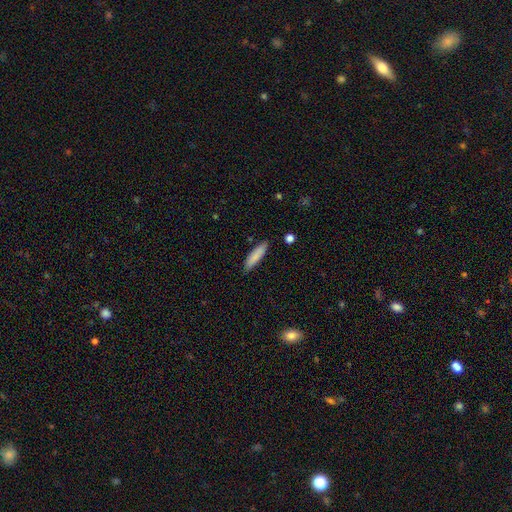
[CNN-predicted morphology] A smooth galaxy with no disk features (84%) that is cigar-shaped (75%).

Vote fractions:
- Smooth or featured? smooth: 84% / featured or disk: 10% / star or artifact: 6%
- How rounded? cigar-shaped: 75% / in between: 24% / round: 1%
- Merging? none: 86% / minor disturbance: 11% / major disturbance: 2% / merger: 2%